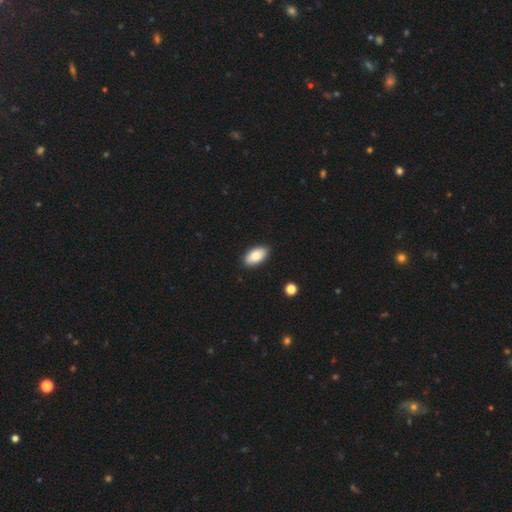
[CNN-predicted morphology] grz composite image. It shows a smooth galaxy with no disk features (81%) that is in between round and cigar-shaped (94%). Merging: none (88%).